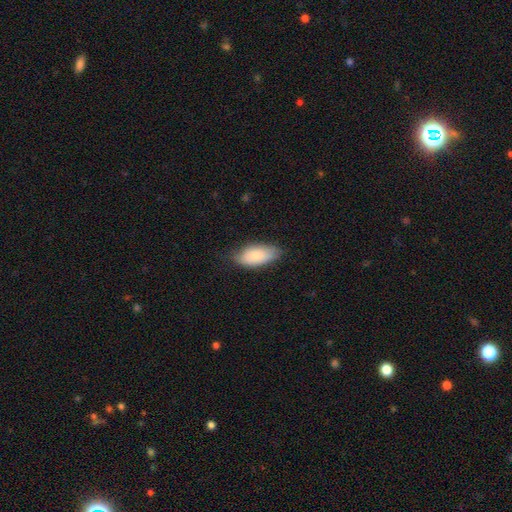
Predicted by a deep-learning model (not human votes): Q: Smooth or featured?
A: smooth (80%); runner-up: featured or disk (14%)
Q: How rounded?
A: in between (91%); runner-up: cigar-shaped (7%)
Q: Merging?
A: none (68%); runner-up: minor disturbance (26%)